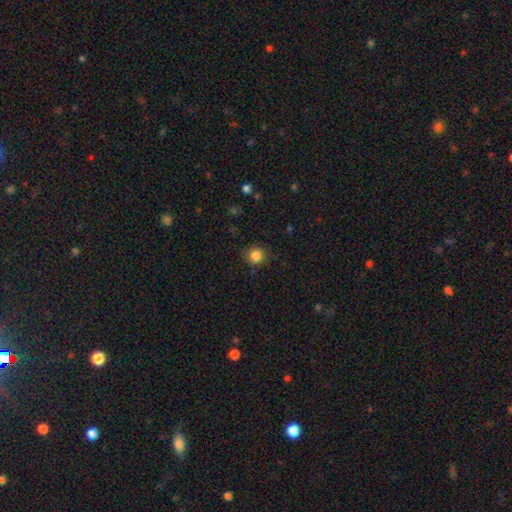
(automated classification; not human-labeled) This is clearly a smooth galaxy (85%). How rounded: clearly round (91%). Merging: clearly none (85%).